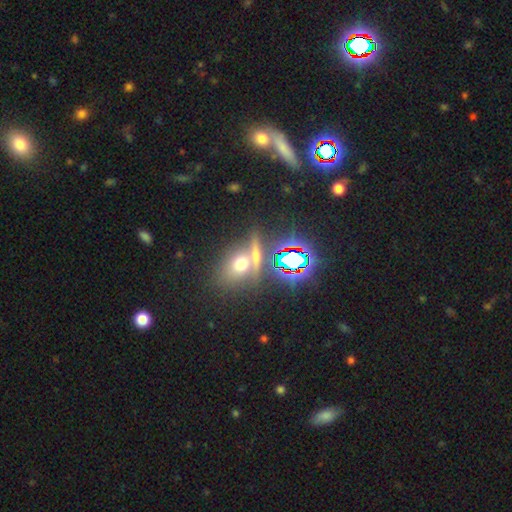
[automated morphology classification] Smooth or featured?
  - smooth: 43% *
  - star or artifact: 39%
  - featured or disk: 18%
Merging?
  - none: 56% *
  - merger: 29%
  - minor disturbance: 9%
  - major disturbance: 6%